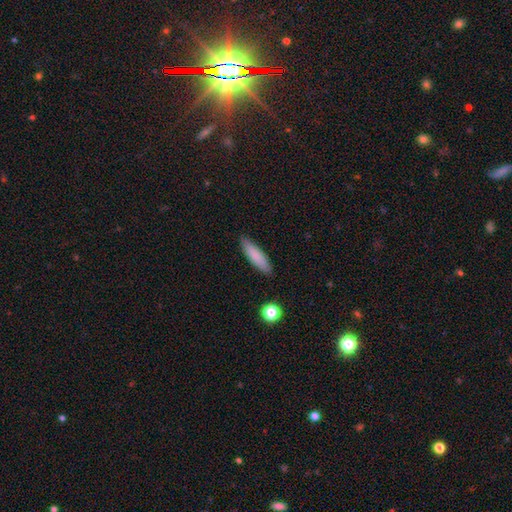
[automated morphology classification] smooth-or-featured: smooth: 84% | featured or disk: 10% | star or artifact: 7%
  how-rounded: cigar-shaped: 71% | in between: 27% | round: 1%
  merging: none: 87% | minor disturbance: 9% | major disturbance: 2% | merger: 1%